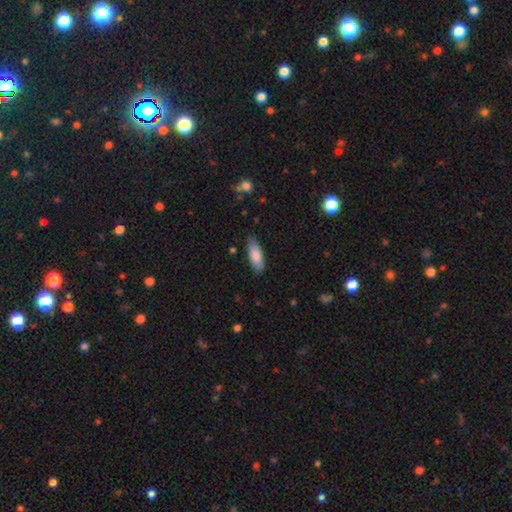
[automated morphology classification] Overall: smooth (85%). How rounded: in between (74%). Merging: none (83%).